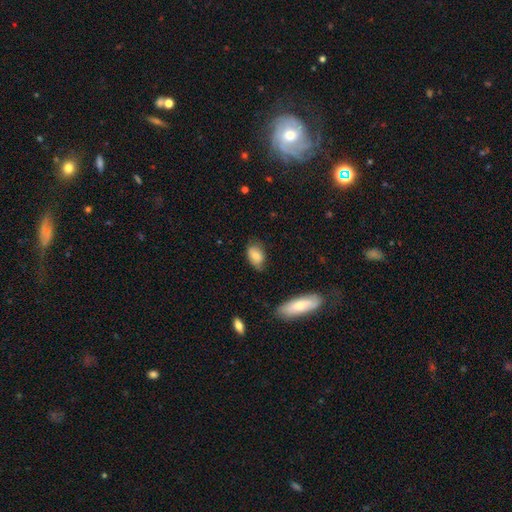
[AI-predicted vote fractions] smooth 77%, featured or disk 15%, star or artifact 8%. Down the decision tree: how rounded — in between (88%); merging — none (62%).